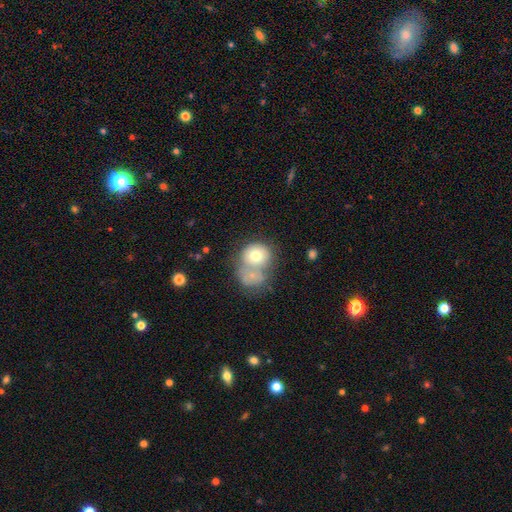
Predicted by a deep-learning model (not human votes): This is likely a smooth galaxy (72%). How rounded: likely round (72%). Merging: possibly merger (57%).